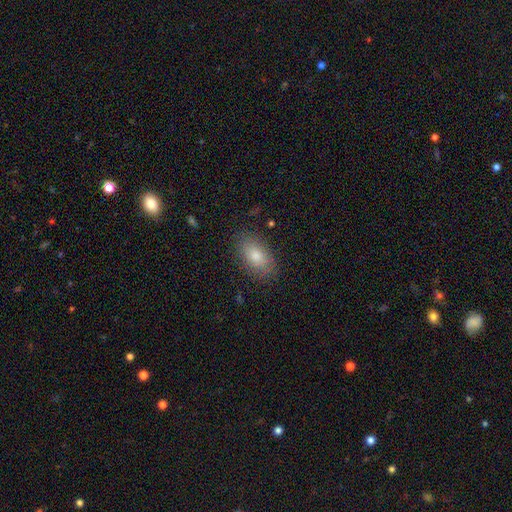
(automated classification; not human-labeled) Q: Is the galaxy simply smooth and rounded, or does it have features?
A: smooth — 80%.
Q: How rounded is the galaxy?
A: in between — 90%.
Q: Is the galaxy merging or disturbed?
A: none — 86%.